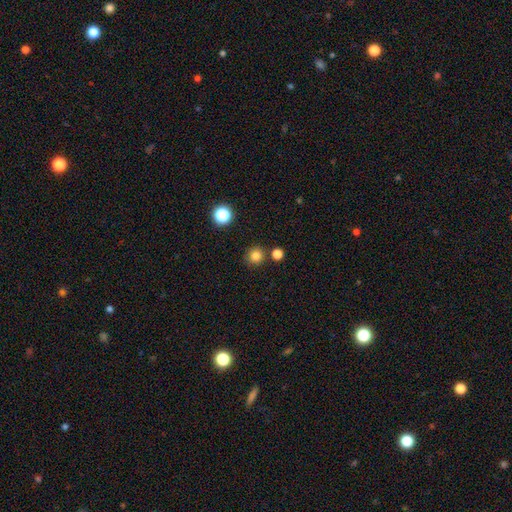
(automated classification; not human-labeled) Morphology: type=smooth (82%); roundness=round (93%); merging=none (84%).